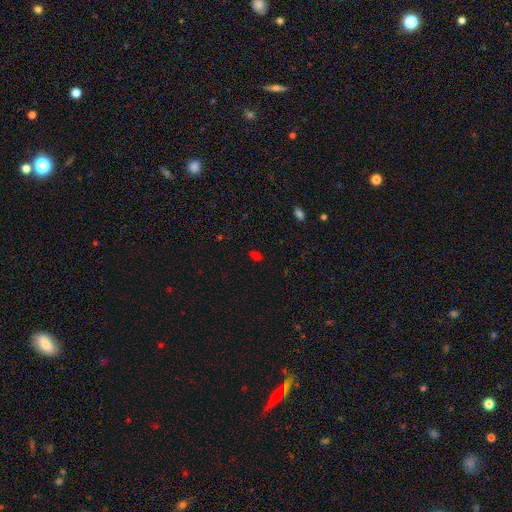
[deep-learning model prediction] A smooth galaxy with no disk features (63%) that is in between round and cigar-shaped (83%). Merging: none (80%).